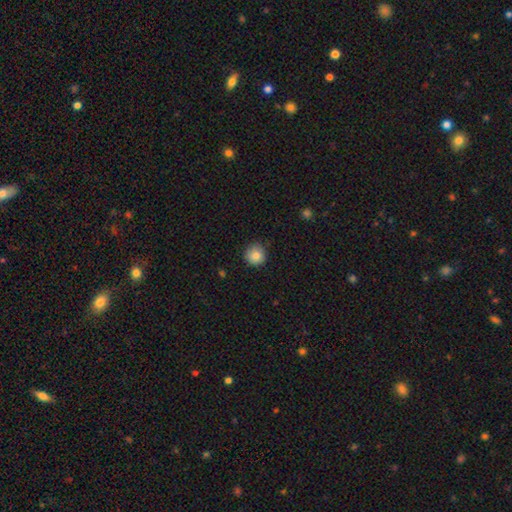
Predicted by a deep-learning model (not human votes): smooth 84%, star or artifact 9%, featured or disk 7%. Down the decision tree: how rounded — round (93%); merging — none (81%).